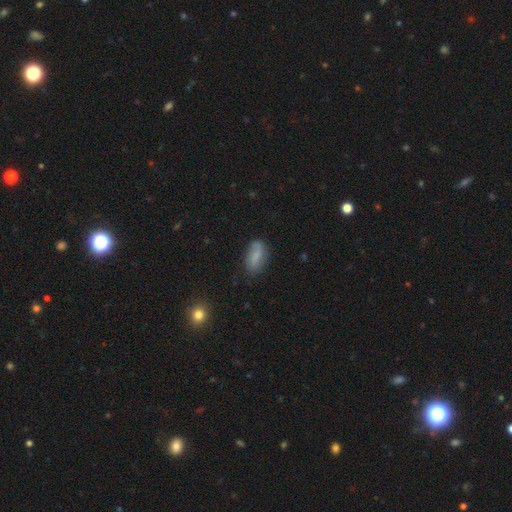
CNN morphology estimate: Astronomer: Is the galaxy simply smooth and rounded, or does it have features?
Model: smooth — 80%.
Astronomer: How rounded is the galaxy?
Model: in between — 88%.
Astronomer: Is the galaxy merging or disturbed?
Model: none — 72%.